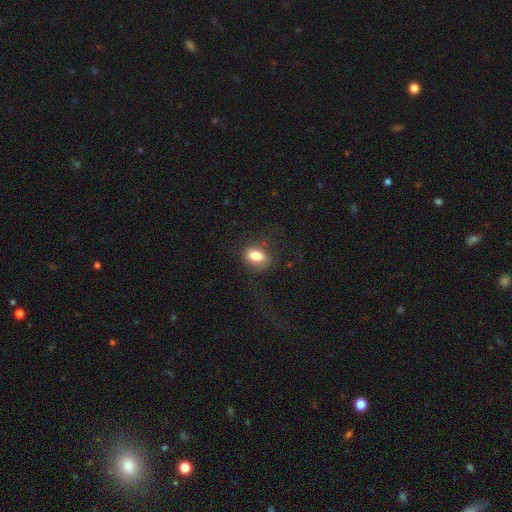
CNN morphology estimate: This is clearly a smooth galaxy (80%). How rounded: clearly in between (84%). Merging: likely none (70%).